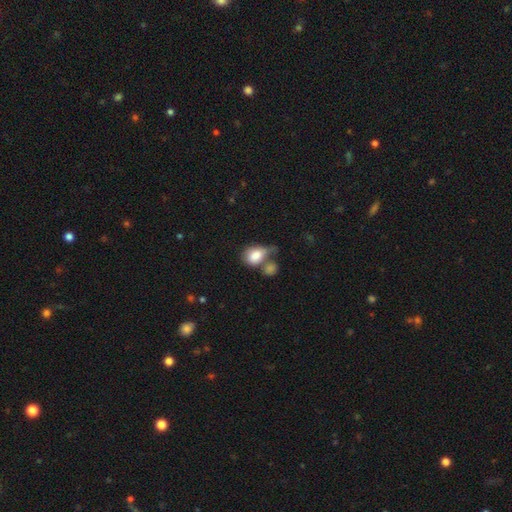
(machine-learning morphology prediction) Q: Smooth or featured?
A: smooth (80%); runner-up: featured or disk (13%)
Q: How rounded?
A: in between (69%); runner-up: round (30%)
Q: Merging?
A: merger (41%); runner-up: none (26%)